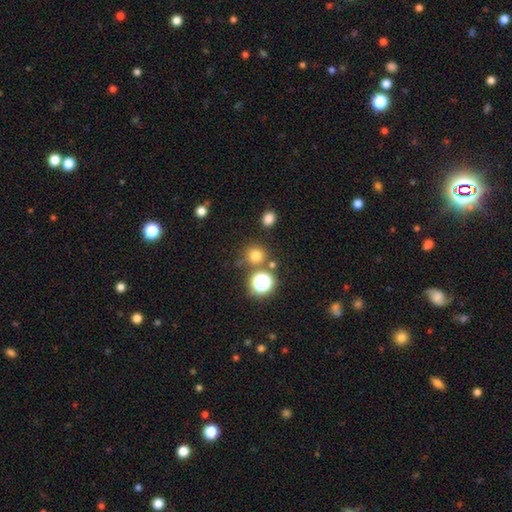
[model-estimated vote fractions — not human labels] Smooth or featured? smooth (72%)
How rounded? round (91%)
Merging? none (77%)